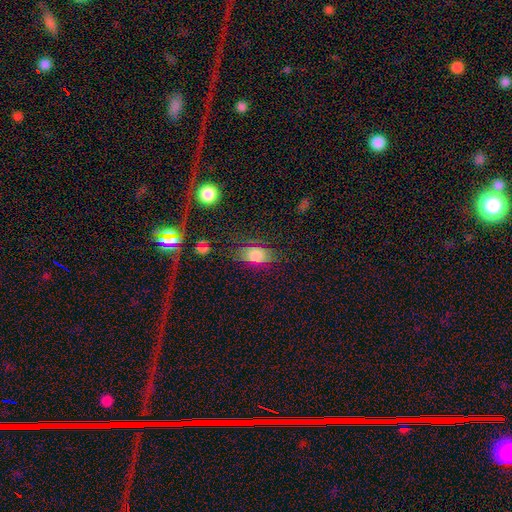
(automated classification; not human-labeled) Overall: smooth (71%). How rounded: in between (82%). Merging: none (76%).